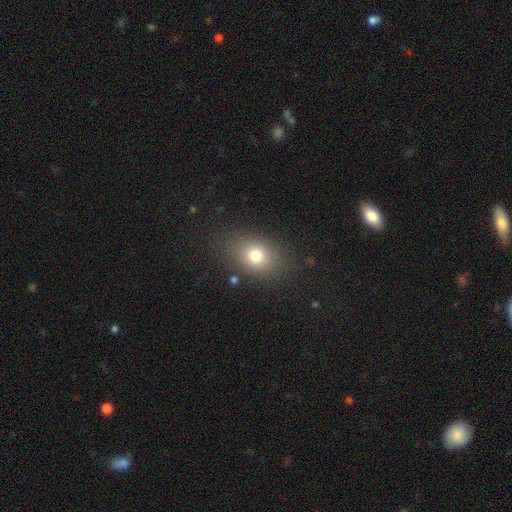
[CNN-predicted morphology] Smooth or featured? smooth (77%)
How rounded? in between (62%)
Merging? none (81%)